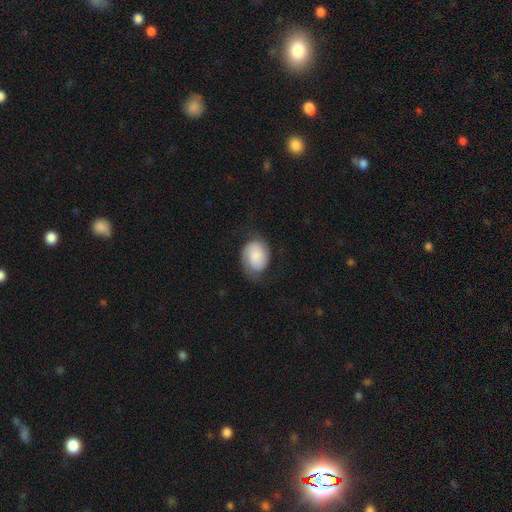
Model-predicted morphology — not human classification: This is possibly a smooth galaxy (59%). How rounded: likely in between (72%). Merging: possibly none (59%).